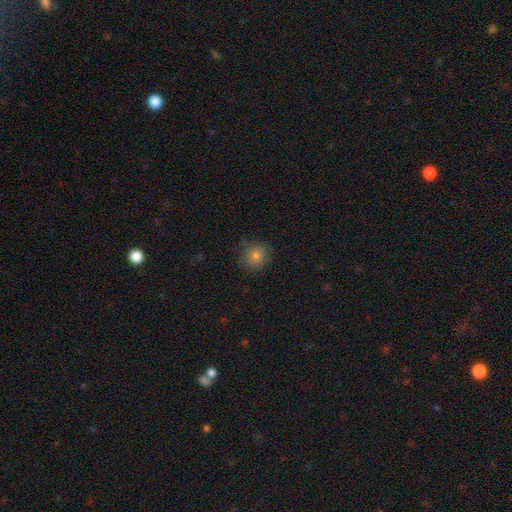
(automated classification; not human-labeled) A smooth galaxy with no disk features (77%) that is round (85%). Merging: none (78%).